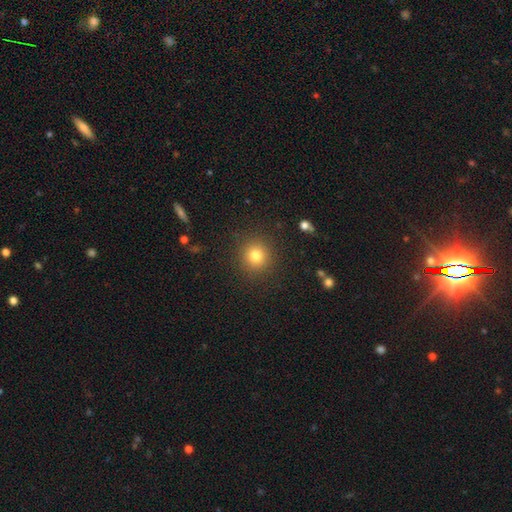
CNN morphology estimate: Overall: smooth (80%). How rounded: round (92%). Merging: none (90%).